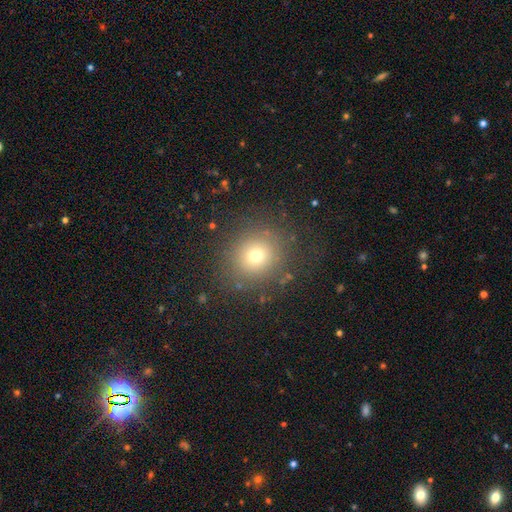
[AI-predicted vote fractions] Smooth or featured? Predicted: smooth (p=0.70). How rounded? Predicted: round (p=0.87). Merging? Predicted: none (p=0.83).